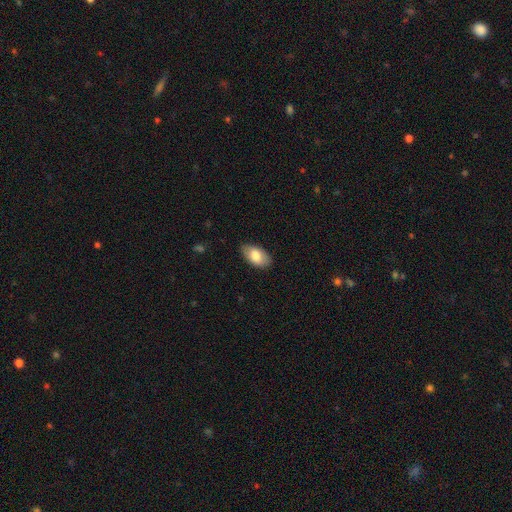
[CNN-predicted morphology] Q: Smooth or featured?
A: smooth (79%); runner-up: featured or disk (15%)
Q: How rounded?
A: in between (94%); runner-up: round (4%)
Q: Merging?
A: none (83%); runner-up: minor disturbance (14%)